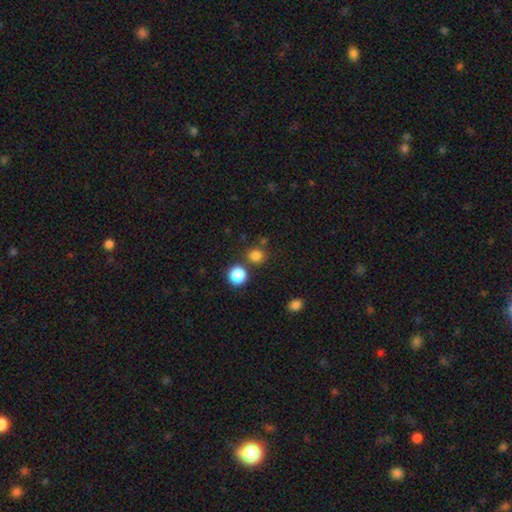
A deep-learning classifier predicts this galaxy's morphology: This appears to be a smooth galaxy with no disk features (81%) that is round (87%). Merging: none (76%).